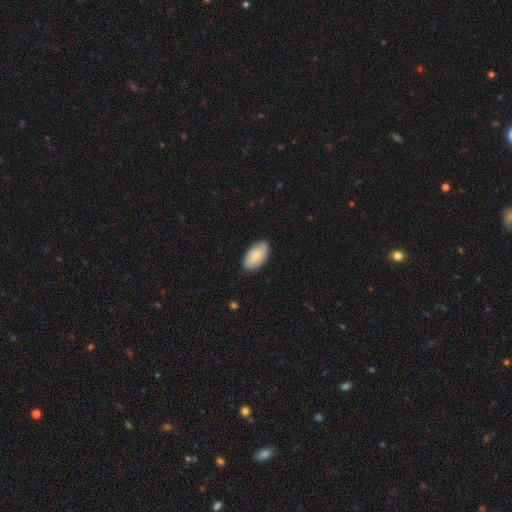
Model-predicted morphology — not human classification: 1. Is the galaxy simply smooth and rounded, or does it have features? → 75% smooth, 19% featured or disk, 6% star or artifact.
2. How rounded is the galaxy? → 95% in between, 3% round, 2% cigar-shaped.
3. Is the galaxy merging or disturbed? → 82% none, 15% minor disturbance, 2% major disturbance, 1% merger.